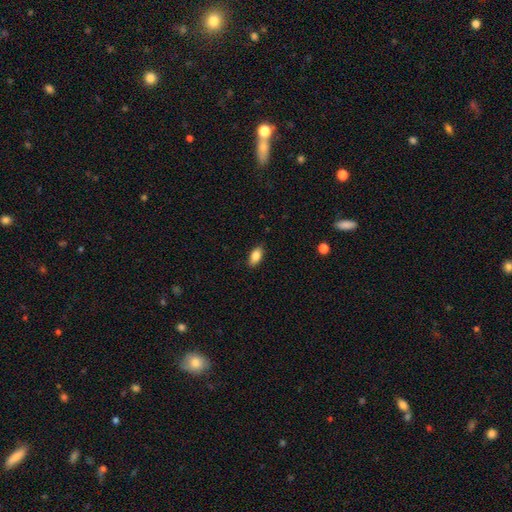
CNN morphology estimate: Smooth or featured? Predicted: smooth (p=0.85). How rounded? Predicted: in between (p=0.90). Merging? Predicted: none (p=0.87).